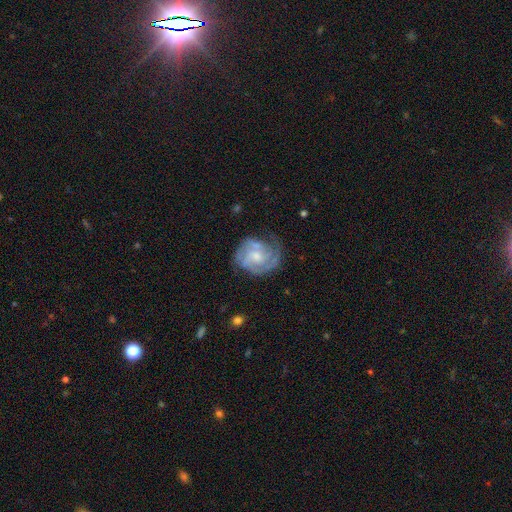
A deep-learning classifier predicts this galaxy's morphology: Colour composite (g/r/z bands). It shows a featured or disk galaxy (81%) with no bar (62%), 3 (30%) tight (56%) spiral arms (94%) and a small central bulge (46%). Merging: none (63%).